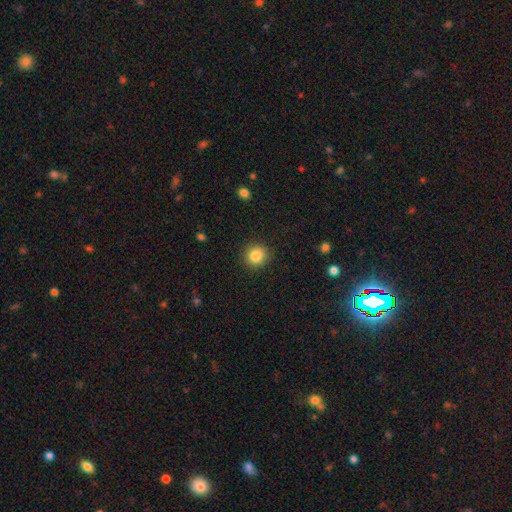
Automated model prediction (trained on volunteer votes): smooth_or_featured: smooth (p=0.85) [alt: star or artifact p=0.10]
how_rounded: round (p=0.87) [alt: in between p=0.12]
merging: none (p=0.90) [alt: minor disturbance p=0.07]